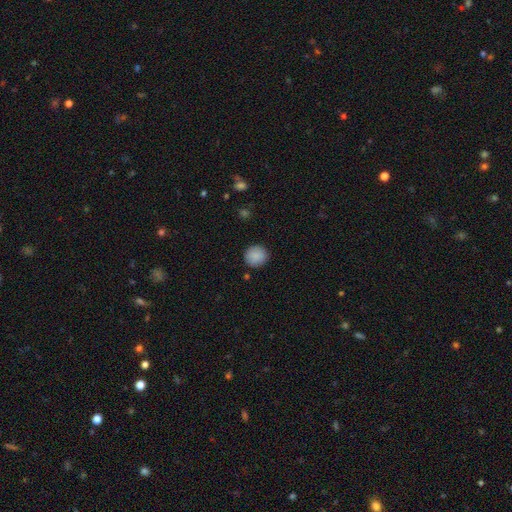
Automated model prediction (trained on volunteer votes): smooth-or-featured: smooth: 89% | star or artifact: 8% | featured or disk: 3%
  how-rounded: round: 91% | in between: 8% | cigar-shaped: 1%
  merging: none: 89% | minor disturbance: 7% | major disturbance: 2% | merger: 1%